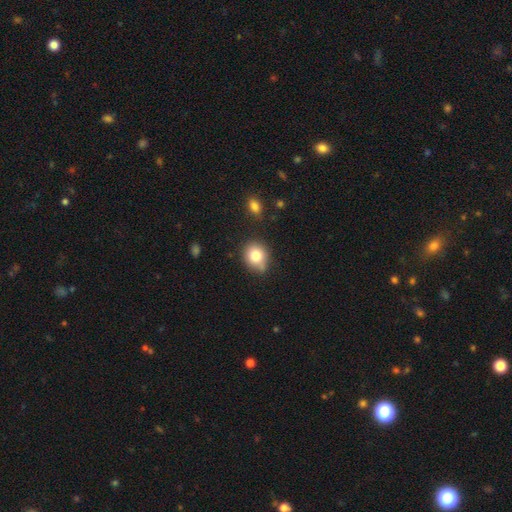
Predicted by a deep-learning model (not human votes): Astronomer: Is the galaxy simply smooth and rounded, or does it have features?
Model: smooth — 80%.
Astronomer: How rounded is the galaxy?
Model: round — 70%.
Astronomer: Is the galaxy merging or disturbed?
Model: none — 65%.